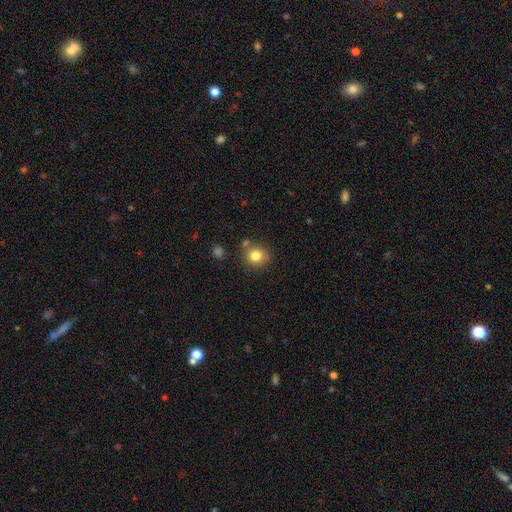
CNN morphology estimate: Q: Smooth or featured?
A: smooth (81%); runner-up: star or artifact (11%)
Q: How rounded?
A: round (86%); runner-up: in between (13%)
Q: Merging?
A: none (75%); runner-up: minor disturbance (12%)